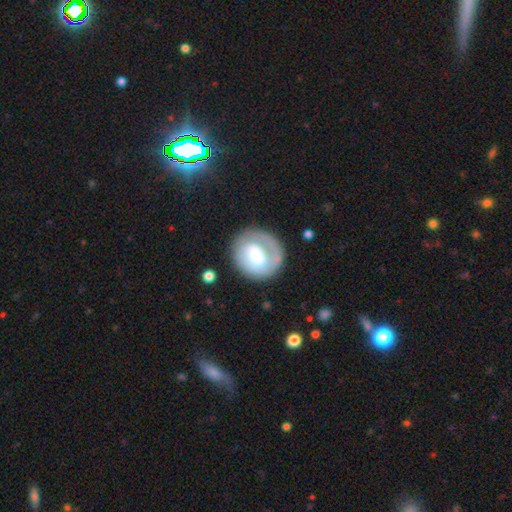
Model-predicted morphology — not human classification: A featured or disk galaxy (52%) with no bar (50%), spiral arms (57%) and a moderate central bulge (45%). Merging: none (69%).